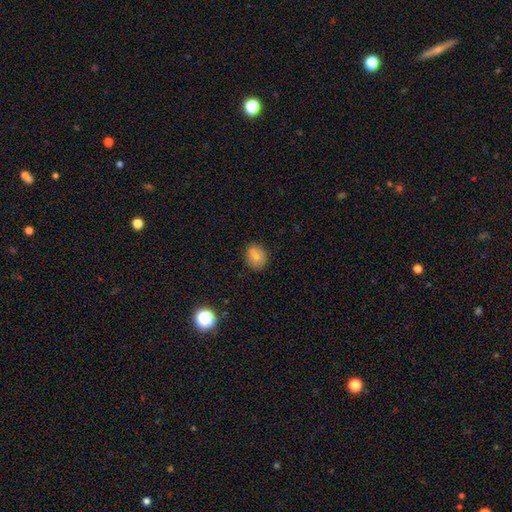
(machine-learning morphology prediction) Q: Smooth or featured?
A: smooth (77%); runner-up: featured or disk (12%)
Q: How rounded?
A: in between (50%); runner-up: round (49%)
Q: Merging?
A: none (79%); runner-up: minor disturbance (14%)